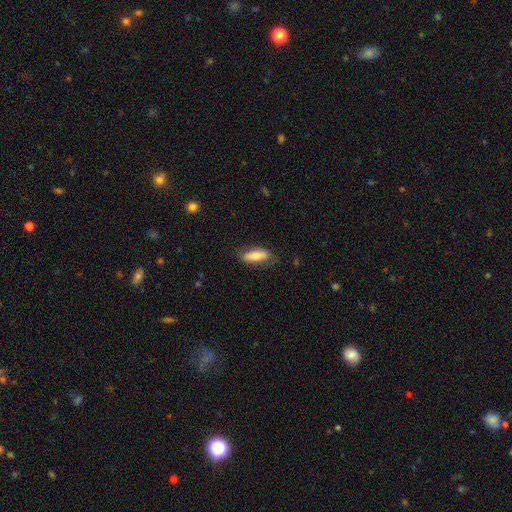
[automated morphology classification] A smooth galaxy with no disk features (74%) that is in between round and cigar-shaped (58%). Merging: none (79%).